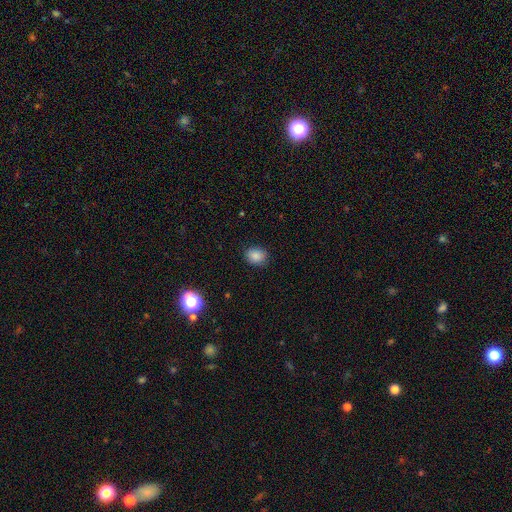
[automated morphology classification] smooth-or-featured: smooth: 85% | star or artifact: 10% | featured or disk: 4%
  how-rounded: round: 52% | in between: 47% | cigar-shaped: 1%
  merging: none: 87% | minor disturbance: 10% | major disturbance: 2% | merger: 1%